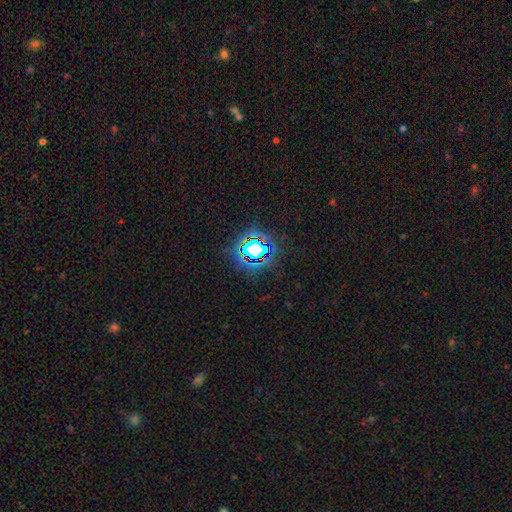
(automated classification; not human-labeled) Q: Smooth or featured?
A: star or artifact (78%); runner-up: smooth (14%)